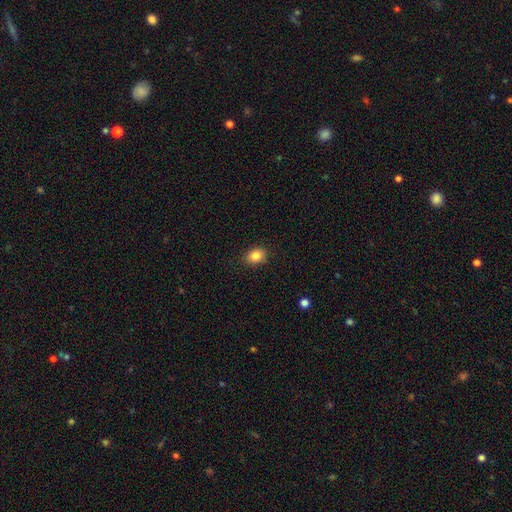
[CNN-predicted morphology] smooth-or-featured: smooth: 85% | star or artifact: 9% | featured or disk: 5%
  how-rounded: in between: 61% | round: 38% | cigar-shaped: 1%
  merging: none: 86% | minor disturbance: 10% | major disturbance: 2% | merger: 1%